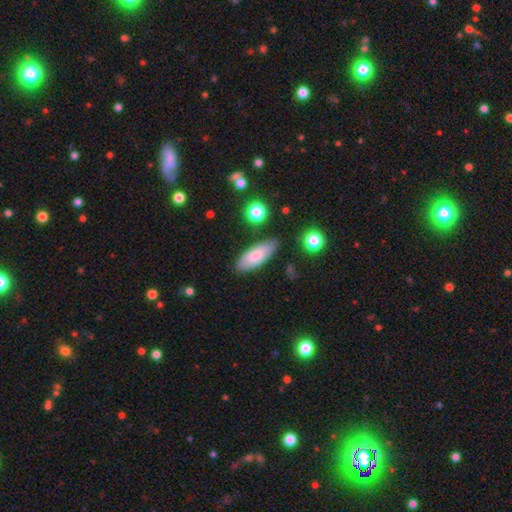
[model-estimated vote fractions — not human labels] Smooth or featured? smooth (75%)
How rounded? in between (74%)
Merging? none (80%)